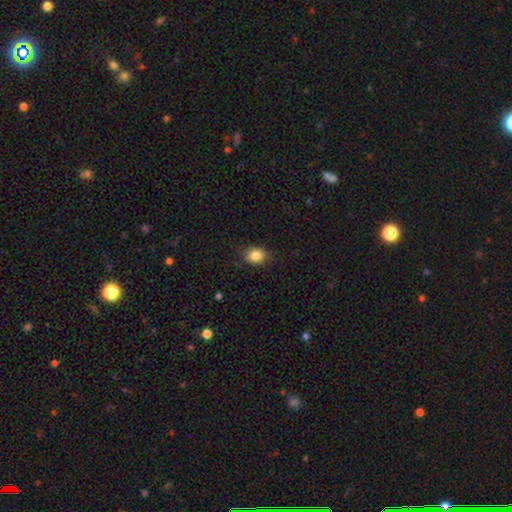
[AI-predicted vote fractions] Smooth or featured? smooth (85%)
How rounded? round (55%)
Merging? none (81%)